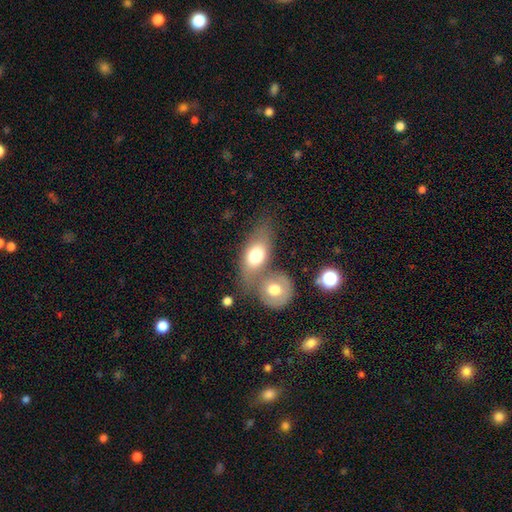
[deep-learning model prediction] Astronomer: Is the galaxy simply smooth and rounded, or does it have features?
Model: smooth — 69%.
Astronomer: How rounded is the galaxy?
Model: in between — 75%.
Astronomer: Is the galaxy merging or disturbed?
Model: merger — 47% (runner-up: none, 35%).